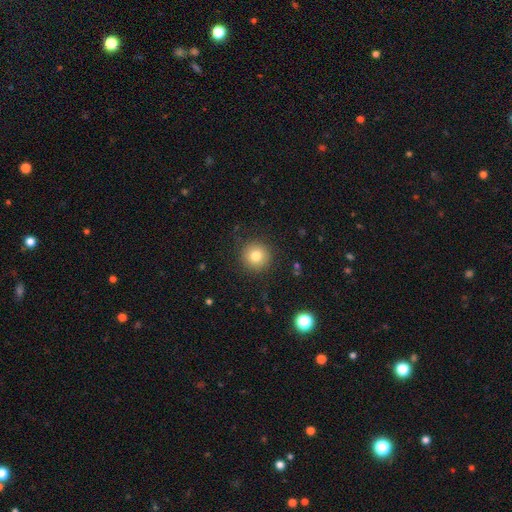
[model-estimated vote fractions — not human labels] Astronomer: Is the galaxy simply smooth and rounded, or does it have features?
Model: smooth — 79%.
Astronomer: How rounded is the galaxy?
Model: round — 95%.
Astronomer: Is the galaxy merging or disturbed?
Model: none — 89%.